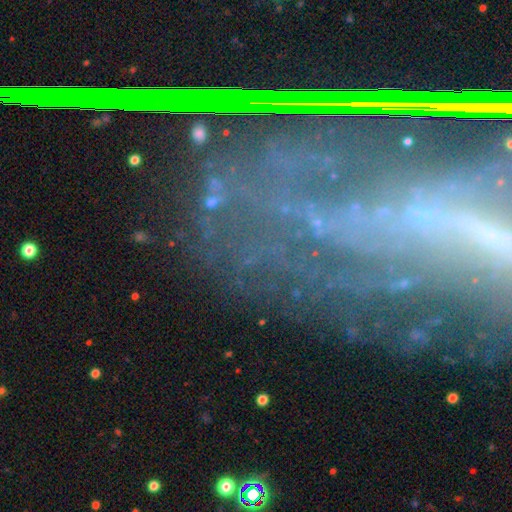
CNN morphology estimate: A featured or disk galaxy (45%).

Vote fractions:
- Smooth or featured? featured or disk: 45% / star or artifact: 40% / smooth: 15%
- Merging? none: 68% / minor disturbance: 14% / major disturbance: 12% / merger: 5%